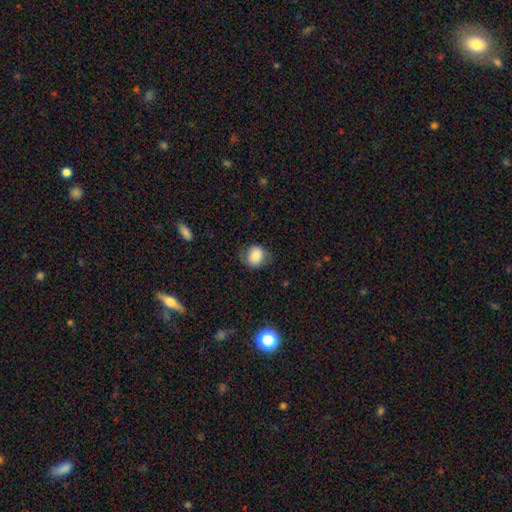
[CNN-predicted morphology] Smooth or featured?
  - smooth: 79% *
  - featured or disk: 13%
  - star or artifact: 8%
How rounded?
  - round: 71% *
  - in between: 28%
  - cigar-shaped: 1%
Merging?
  - none: 68% *
  - minor disturbance: 22%
  - major disturbance: 8%
  - merger: 1%